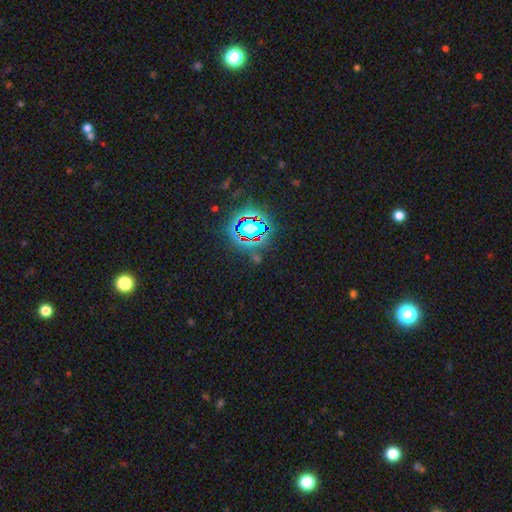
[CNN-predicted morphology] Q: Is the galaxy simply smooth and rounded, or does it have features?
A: star or artifact — 77%.